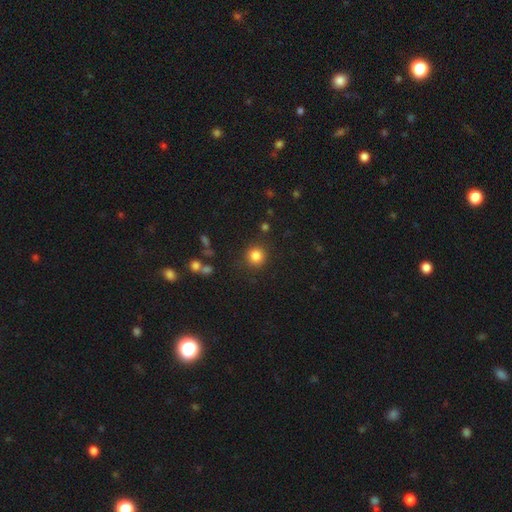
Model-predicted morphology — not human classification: Overall: smooth (83%). How rounded: round (93%). Merging: none (88%).